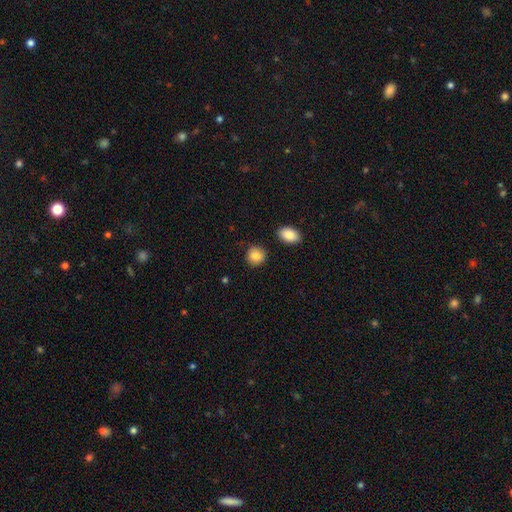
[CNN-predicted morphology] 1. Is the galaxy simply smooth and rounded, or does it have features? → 87% smooth, 8% star or artifact, 5% featured or disk.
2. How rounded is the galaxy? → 83% round, 16% in between, 1% cigar-shaped.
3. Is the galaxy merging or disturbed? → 86% none, 9% minor disturbance, 3% merger, 2% major disturbance.